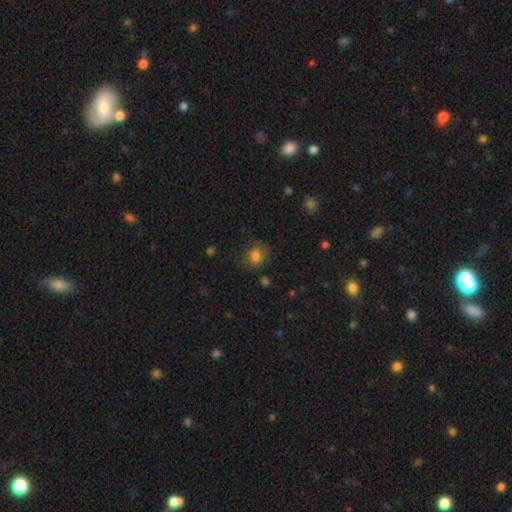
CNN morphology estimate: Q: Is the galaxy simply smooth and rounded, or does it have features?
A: smooth — 76%.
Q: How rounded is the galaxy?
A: round — 52%.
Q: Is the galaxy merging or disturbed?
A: none — 67%.